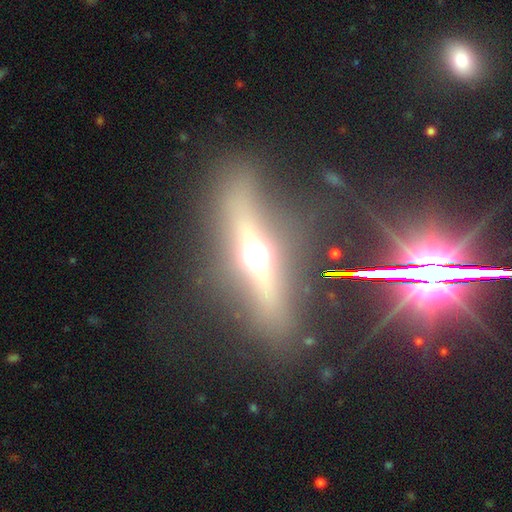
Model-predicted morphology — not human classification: smooth_or_featured: featured or disk (p=0.62) [alt: star or artifact p=0.21]
disk_edge_on: yes (p=0.88) [alt: no p=0.12]
edge_on_bulge: rounded (p=0.94) [alt: boxy p=0.04]
merging: none (p=0.83) [alt: minor disturbance p=0.09]